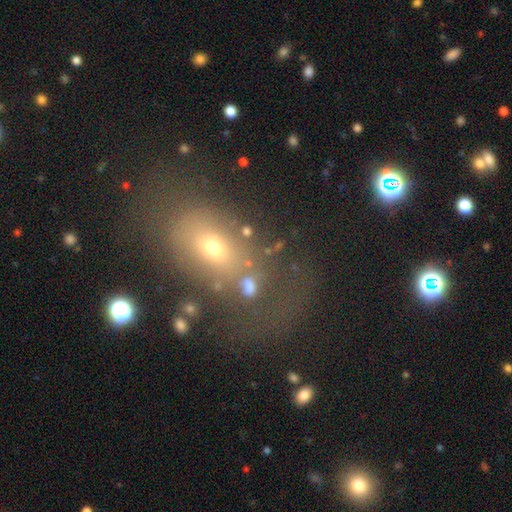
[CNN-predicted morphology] type=smooth (52%); roundness=in between (76%); merging=none (53%).